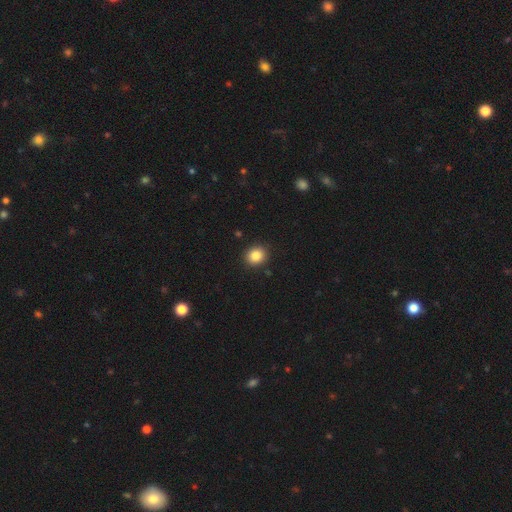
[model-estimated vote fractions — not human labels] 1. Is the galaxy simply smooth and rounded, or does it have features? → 85% smooth, 10% star or artifact, 5% featured or disk.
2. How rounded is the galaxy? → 75% round, 24% in between, 1% cigar-shaped.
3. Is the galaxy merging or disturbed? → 90% none, 6% minor disturbance, 2% major disturbance, 1% merger.